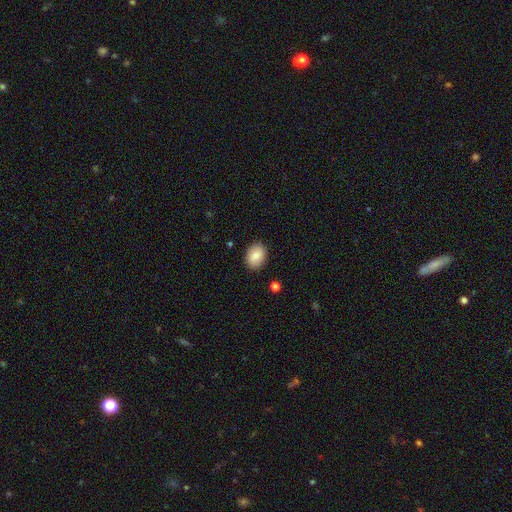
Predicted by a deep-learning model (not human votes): Smooth or featured?
  - smooth: 85% *
  - featured or disk: 8%
  - star or artifact: 7%
How rounded?
  - in between: 72% *
  - round: 27%
  - cigar-shaped: 1%
Merging?
  - none: 89% *
  - minor disturbance: 8%
  - major disturbance: 2%
  - merger: 1%